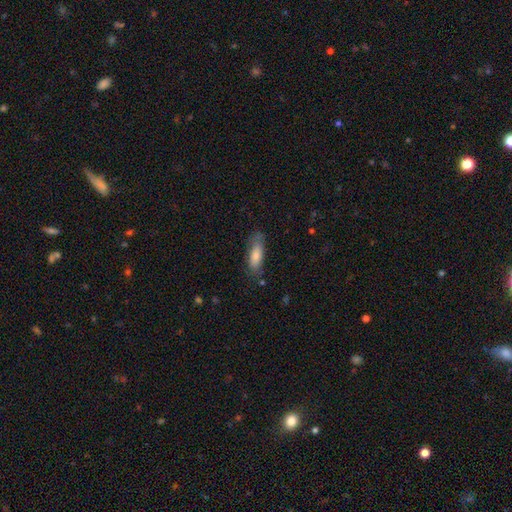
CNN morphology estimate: Smooth or featured: smooth — 73% (featured or disk — 19%)
How rounded: in between — 61% (cigar-shaped — 37%)
Merging: none — 67% (minor disturbance — 24%)